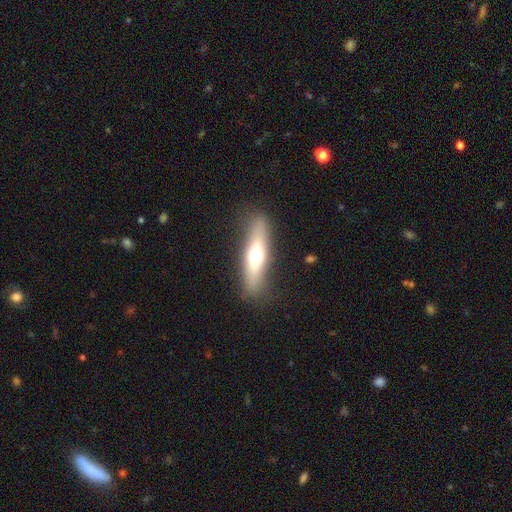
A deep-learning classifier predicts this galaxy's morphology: This is possibly a smooth galaxy (49%). Merging: clearly none (86%).